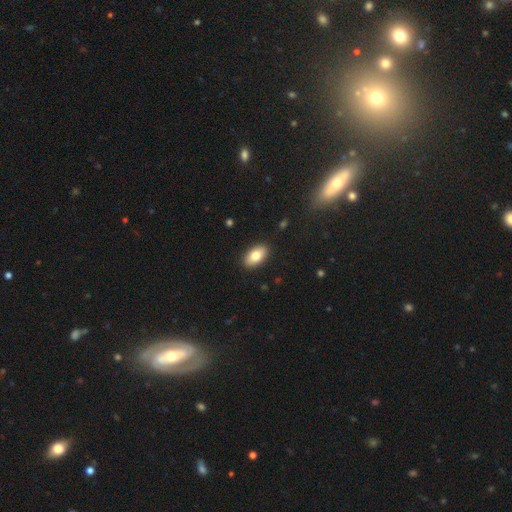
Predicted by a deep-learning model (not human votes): smooth 80%, featured or disk 13%, star or artifact 7%. Down the decision tree: how rounded — in between (93%); merging — none (89%).